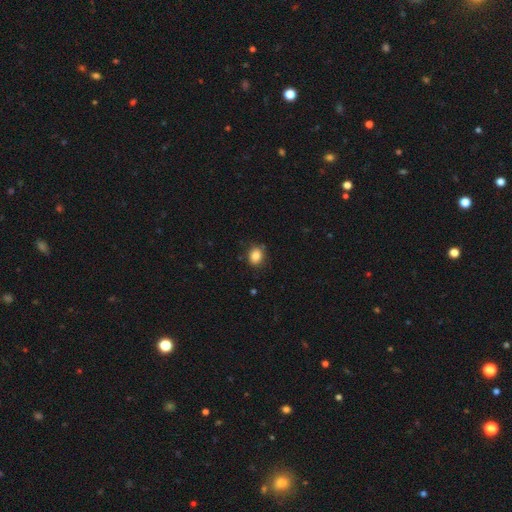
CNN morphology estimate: Smooth or featured: smooth — 85% (star or artifact — 10%)
How rounded: round — 53% (in between — 46%)
Merging: none — 80% (minor disturbance — 15%)